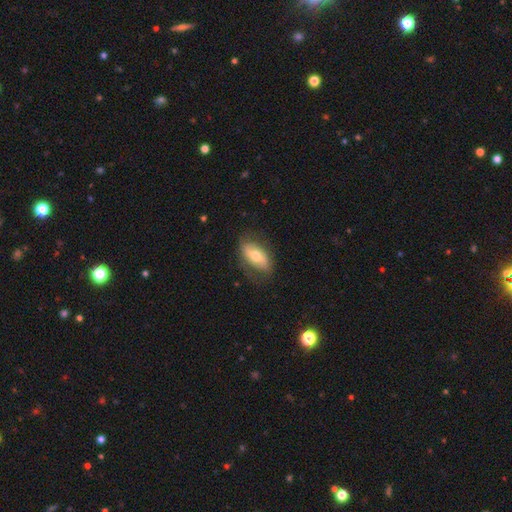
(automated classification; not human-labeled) Smooth or featured? smooth (50%)
Merging? none (73%)